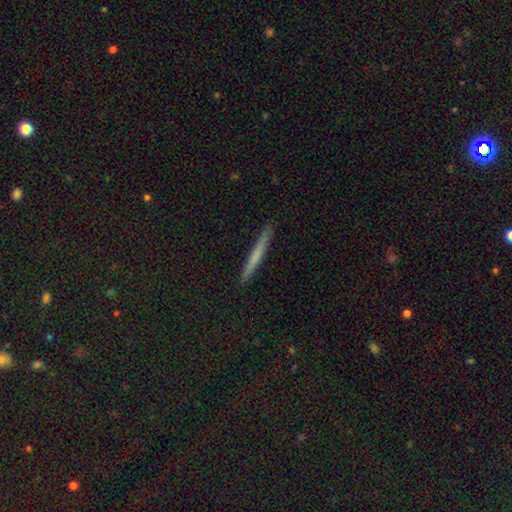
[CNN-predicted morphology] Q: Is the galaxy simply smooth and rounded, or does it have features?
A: smooth — 63%.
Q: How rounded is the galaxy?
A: cigar-shaped — 97%.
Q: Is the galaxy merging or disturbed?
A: none — 90%.